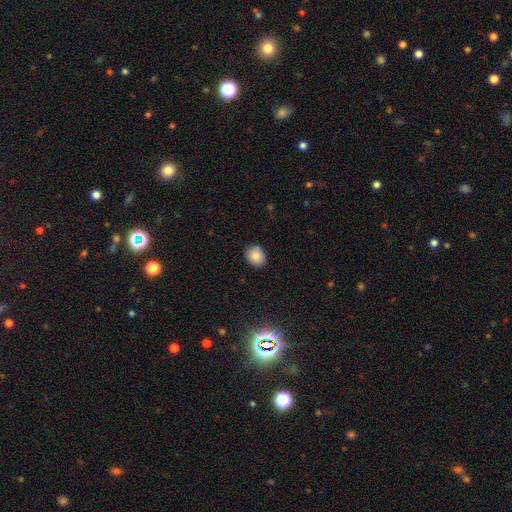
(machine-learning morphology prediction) Smooth or featured: smooth — 86% (star or artifact — 9%)
How rounded: round — 63% (in between — 36%)
Merging: none — 86% (minor disturbance — 10%)